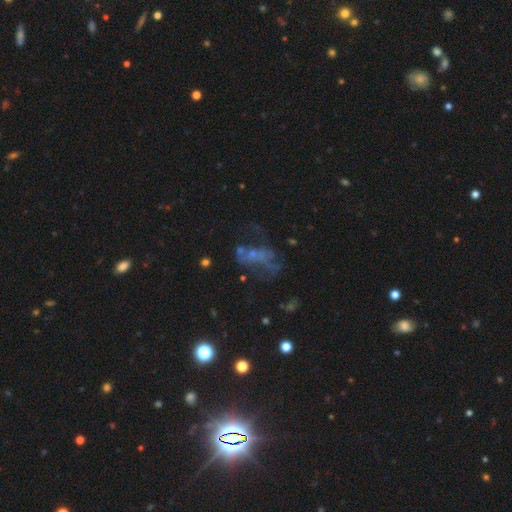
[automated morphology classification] Smooth or featured?
  - featured or disk: 48% *
  - star or artifact: 26%
  - smooth: 25%
Merging?
  - major disturbance: 39% *
  - none: 34%
  - minor disturbance: 15%
  - merger: 12%